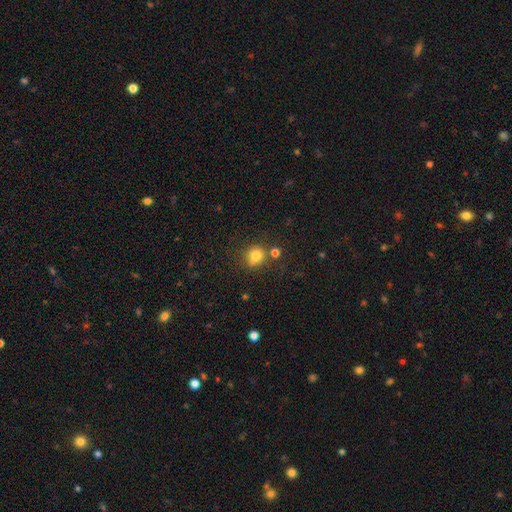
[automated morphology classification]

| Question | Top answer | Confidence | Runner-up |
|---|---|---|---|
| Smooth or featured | smooth | 77% | star or artifact (14%) |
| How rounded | round | 80% | in between (19%) |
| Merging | none | 58% | merger (21%) |